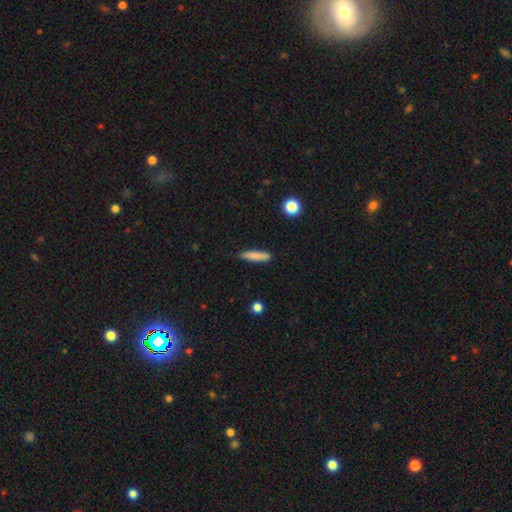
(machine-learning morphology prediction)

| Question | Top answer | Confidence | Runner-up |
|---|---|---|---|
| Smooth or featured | smooth | 82% | featured or disk (12%) |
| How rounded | cigar-shaped | 87% | in between (11%) |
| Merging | none | 88% | minor disturbance (9%) |